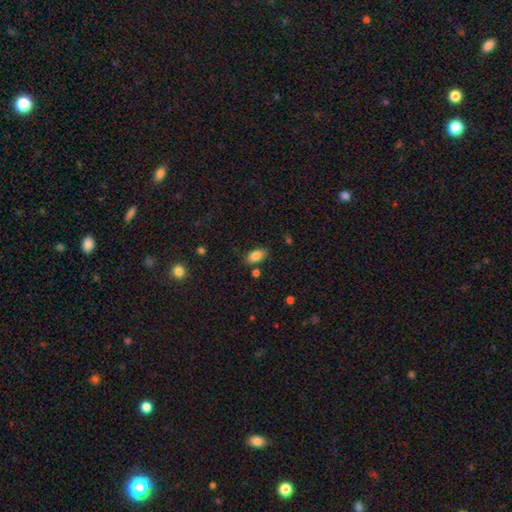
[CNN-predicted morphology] The model was most divided on "merging": none: 81%, minor disturbance: 12%, merger: 5%, major disturbance: 3%. More confident: how rounded — in between (92%); smooth or featured — smooth (85%).